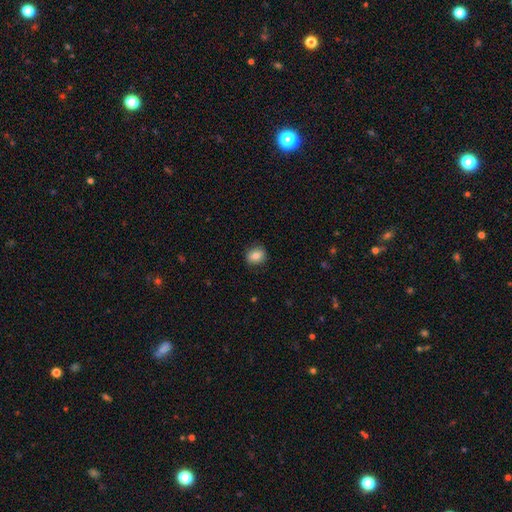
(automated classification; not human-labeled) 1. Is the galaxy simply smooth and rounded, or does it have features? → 82% smooth, 9% star or artifact, 9% featured or disk.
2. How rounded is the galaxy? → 66% round, 33% in between, 1% cigar-shaped.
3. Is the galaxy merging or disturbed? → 88% none, 9% minor disturbance, 2% major disturbance, 1% merger.